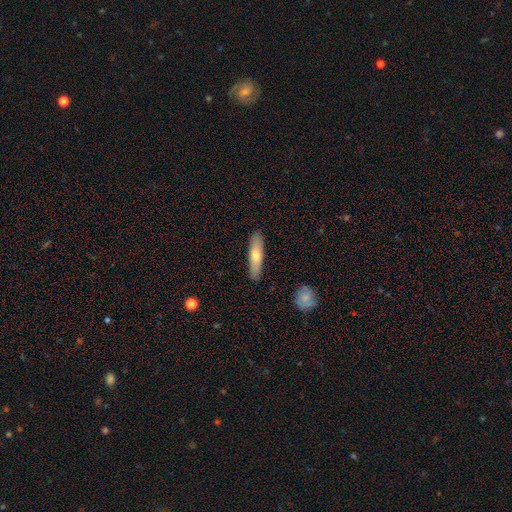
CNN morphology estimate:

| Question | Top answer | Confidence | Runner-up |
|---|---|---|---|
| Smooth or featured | smooth | 63% | featured or disk (32%) |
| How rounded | cigar-shaped | 72% | in between (25%) |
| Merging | none | 89% | minor disturbance (8%) |